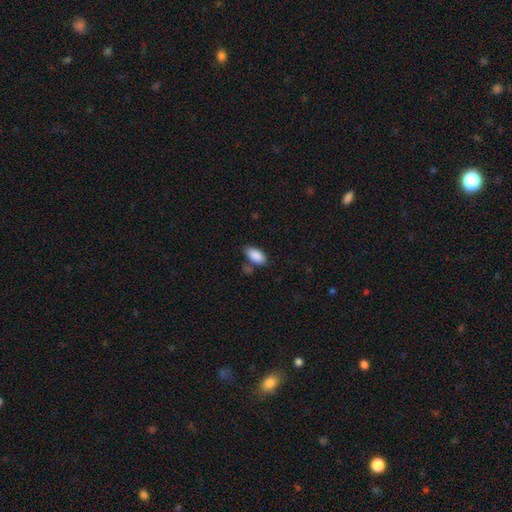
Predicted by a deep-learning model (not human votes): Morphology: type=smooth (89%); roundness=in between (94%); merging=none (70%).